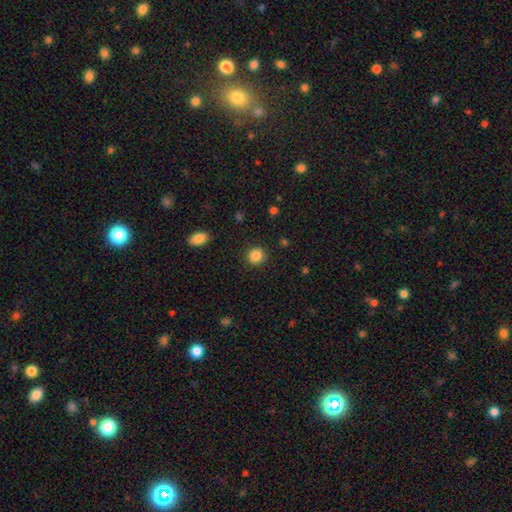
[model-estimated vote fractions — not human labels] Smooth or featured? Predicted: smooth (p=0.86). How rounded? Predicted: round (p=0.88). Merging? Predicted: none (p=0.89).